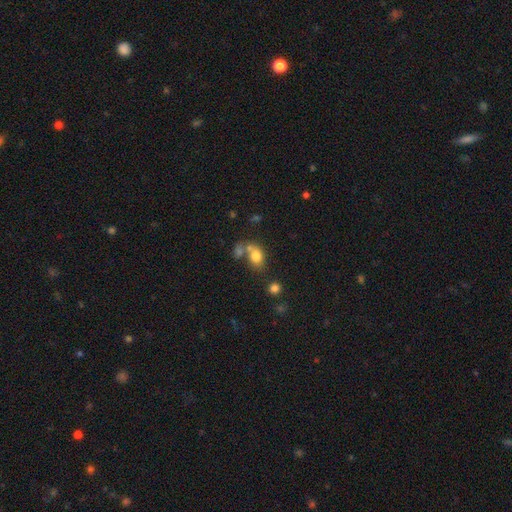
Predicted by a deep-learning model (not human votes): A smooth galaxy with no disk features (77%) that is in between round and cigar-shaped (58%). Merging: none (40%, tied with merger).